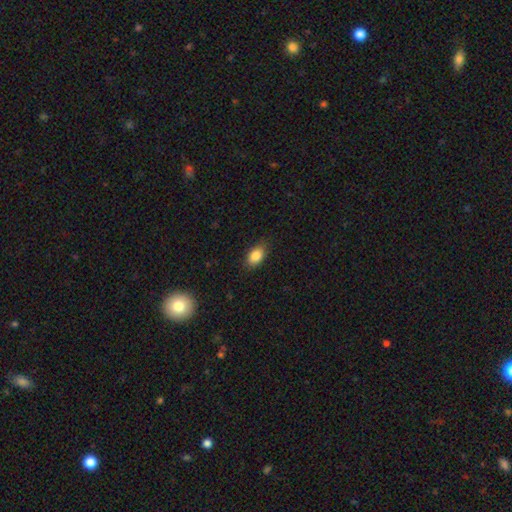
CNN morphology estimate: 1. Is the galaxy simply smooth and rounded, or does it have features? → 86% smooth, 8% star or artifact, 6% featured or disk.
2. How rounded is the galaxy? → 84% in between, 14% round, 2% cigar-shaped.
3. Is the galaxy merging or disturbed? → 82% none, 14% minor disturbance, 3% major disturbance, 1% merger.